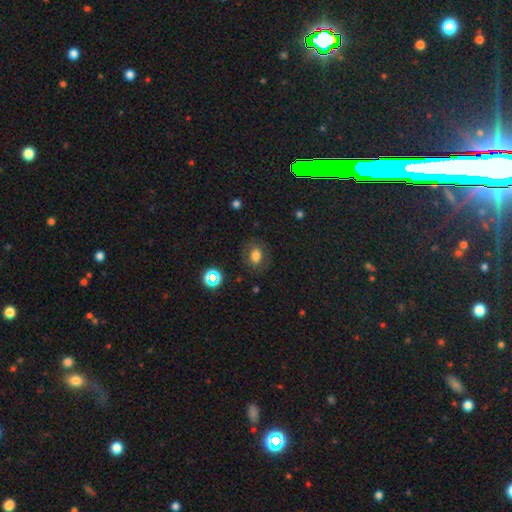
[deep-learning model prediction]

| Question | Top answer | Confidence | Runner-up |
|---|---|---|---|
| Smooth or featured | smooth | 67% | star or artifact (17%) |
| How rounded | in between | 52% | round (47%) |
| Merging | none | 77% | minor disturbance (15%) |